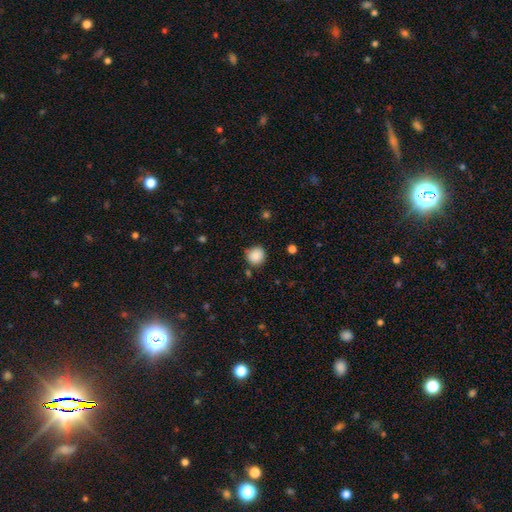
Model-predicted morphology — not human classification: Q: Smooth or featured?
A: smooth (87%); runner-up: star or artifact (9%)
Q: How rounded?
A: round (91%); runner-up: in between (8%)
Q: Merging?
A: none (81%); runner-up: minor disturbance (13%)